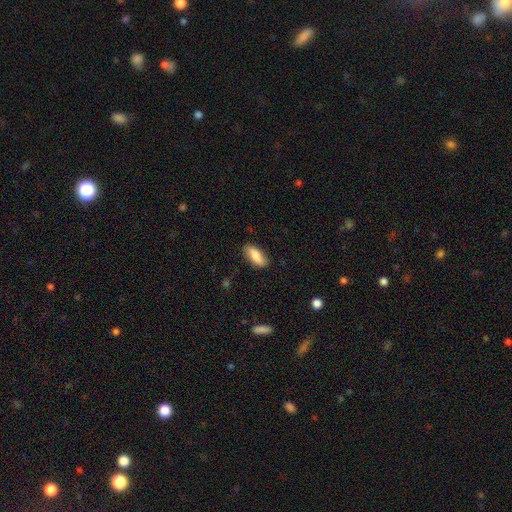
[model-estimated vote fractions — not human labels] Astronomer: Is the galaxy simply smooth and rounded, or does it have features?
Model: smooth — 75%.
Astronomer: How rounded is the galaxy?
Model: in between — 81%.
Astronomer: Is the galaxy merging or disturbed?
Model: none — 82%.